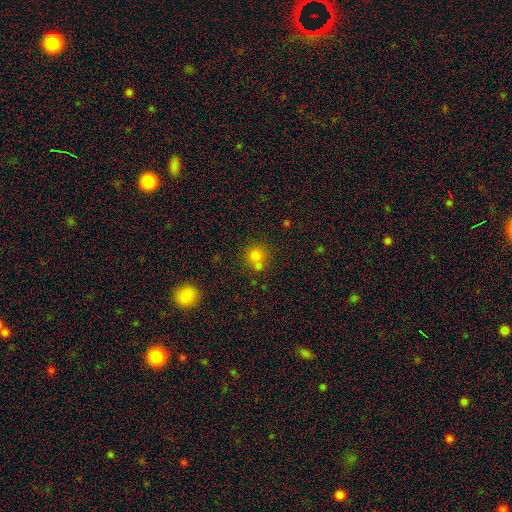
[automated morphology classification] Overall: smooth (77%). How rounded: round (89%). Merging: none (57%; merger 31%).